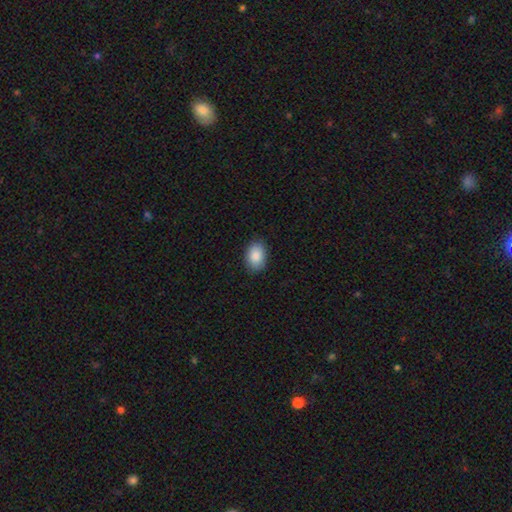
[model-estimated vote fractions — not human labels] Smooth or featured?
  - smooth: 88% *
  - star or artifact: 7%
  - featured or disk: 5%
How rounded?
  - in between: 82% *
  - round: 17%
  - cigar-shaped: 1%
Merging?
  - none: 87% *
  - minor disturbance: 10%
  - major disturbance: 2%
  - merger: 1%